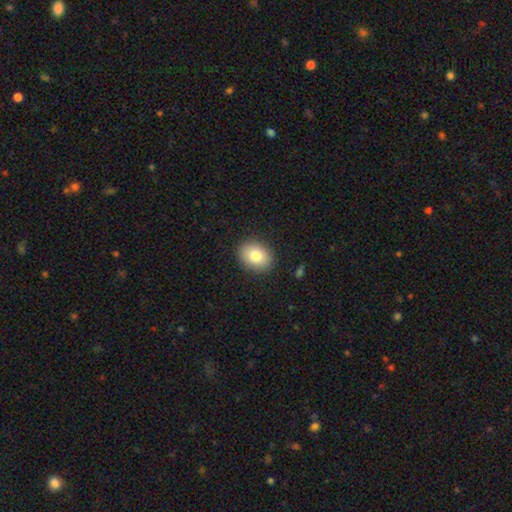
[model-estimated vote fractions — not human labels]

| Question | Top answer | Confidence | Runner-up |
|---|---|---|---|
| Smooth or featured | smooth | 81% | featured or disk (10%) |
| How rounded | in between | 57% | round (42%) |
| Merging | none | 89% | minor disturbance (8%) |